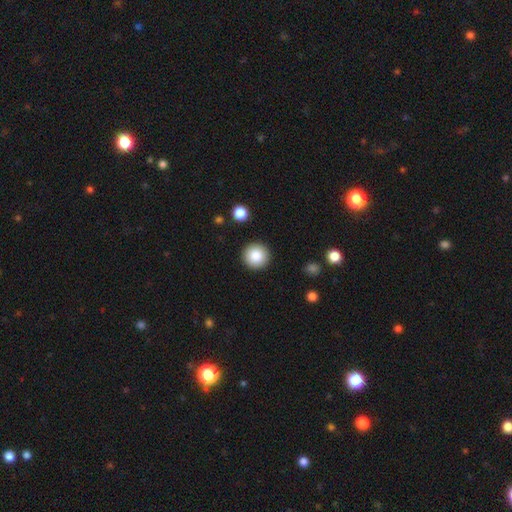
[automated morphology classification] Overall: smooth (86%). How rounded: round (96%). Merging: none (92%).